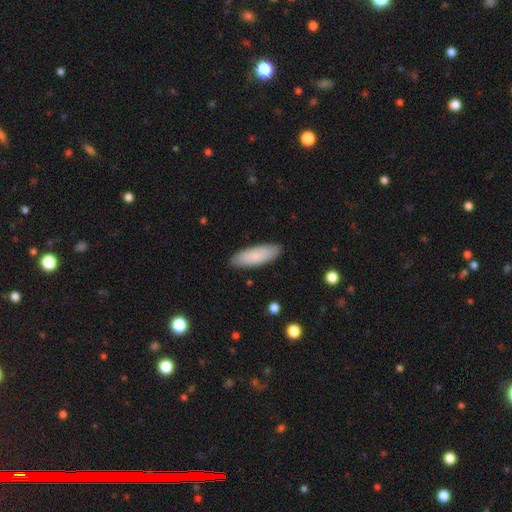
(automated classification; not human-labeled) Overall: smooth (83%). How rounded: in between (62%; cigar-shaped 37%). Merging: none (88%).